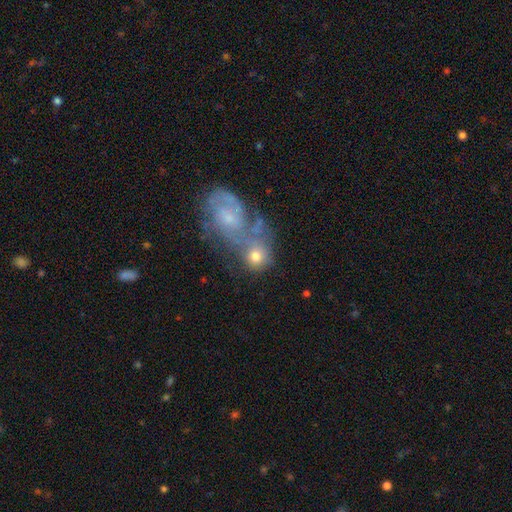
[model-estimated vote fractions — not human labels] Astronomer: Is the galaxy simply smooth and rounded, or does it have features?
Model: smooth — 53% (runner-up: featured or disk, 36%).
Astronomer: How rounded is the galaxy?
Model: round — 68%.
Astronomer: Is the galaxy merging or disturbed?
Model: merger — 50% (runner-up: none, 30%).